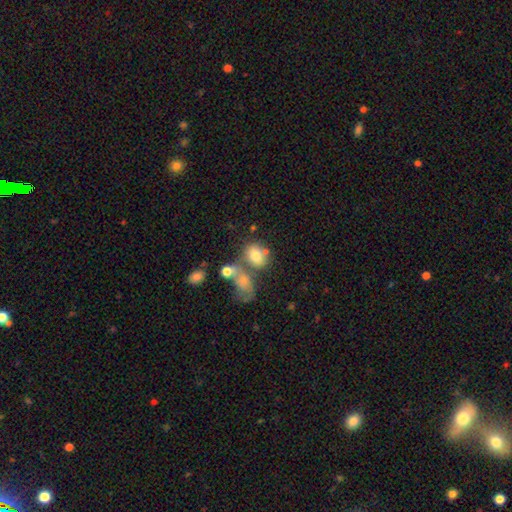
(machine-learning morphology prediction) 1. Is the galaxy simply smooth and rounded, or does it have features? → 73% smooth, 16% featured or disk, 11% star or artifact.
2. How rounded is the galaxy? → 51% in between, 47% round, 1% cigar-shaped.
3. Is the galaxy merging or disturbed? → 40% none, 36% merger, 14% minor disturbance, 10% major disturbance.